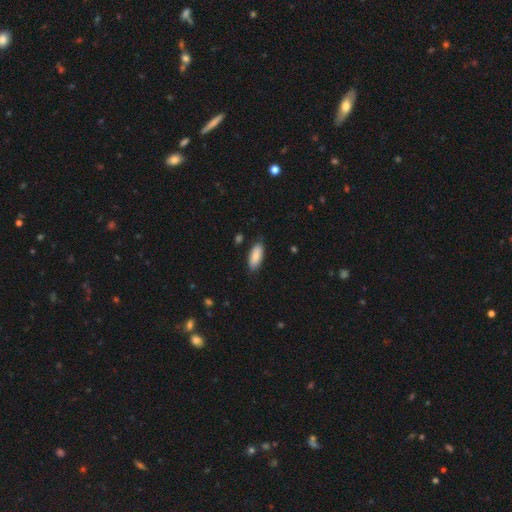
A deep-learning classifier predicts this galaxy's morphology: Smooth or featured?
  - smooth: 87% *
  - featured or disk: 7%
  - star or artifact: 6%
How rounded?
  - in between: 80% *
  - cigar-shaped: 19%
  - round: 2%
Merging?
  - none: 85% *
  - minor disturbance: 12%
  - major disturbance: 2%
  - merger: 1%